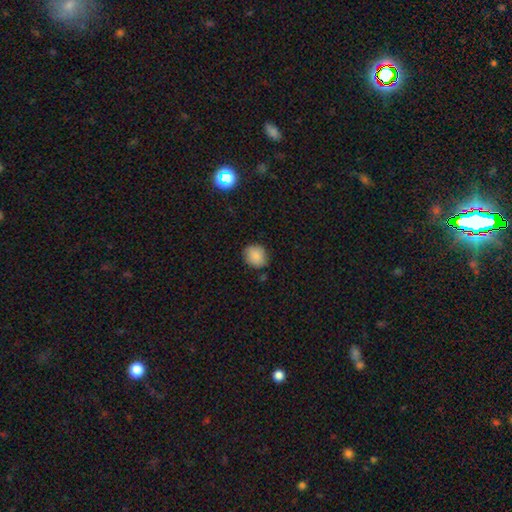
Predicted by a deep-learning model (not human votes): smooth_or_featured: smooth (p=0.86) [alt: star or artifact p=0.09]
how_rounded: round (p=0.74) [alt: in between p=0.25]
merging: none (p=0.82) [alt: minor disturbance p=0.13]